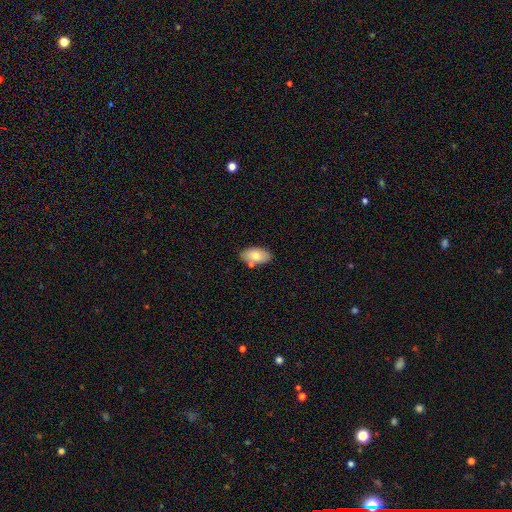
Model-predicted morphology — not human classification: A smooth galaxy with no disk features (79%) that is in between round and cigar-shaped (94%). Merging: none (75%).